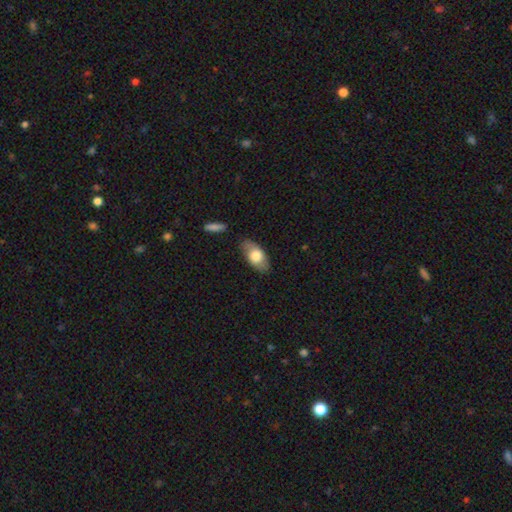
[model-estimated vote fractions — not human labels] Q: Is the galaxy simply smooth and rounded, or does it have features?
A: smooth — 70%.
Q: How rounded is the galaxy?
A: in between — 91%.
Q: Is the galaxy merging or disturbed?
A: none — 77%.